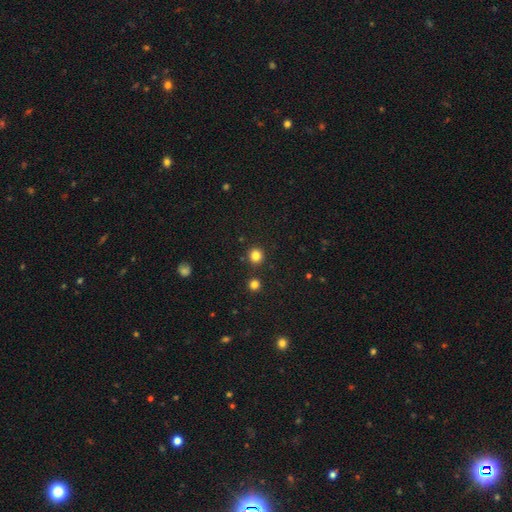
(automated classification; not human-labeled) A smooth galaxy with no disk features (82%) that is round (93%). Merging: none (89%).